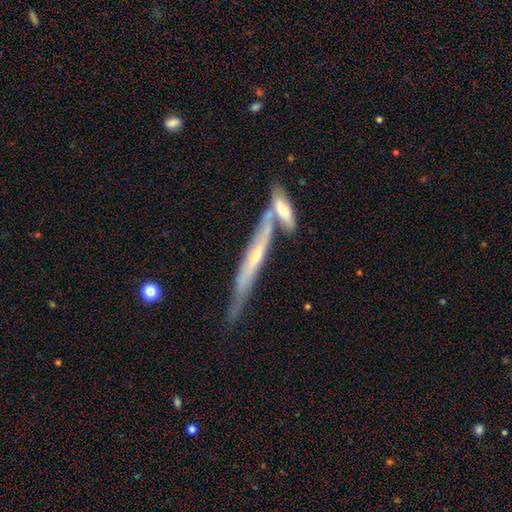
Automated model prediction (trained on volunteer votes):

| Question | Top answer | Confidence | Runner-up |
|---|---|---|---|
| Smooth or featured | featured or disk | 74% | smooth (18%) |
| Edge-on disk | yes | 95% | no (5%) |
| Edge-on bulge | rounded | 70% | none (24%) |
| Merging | none | 66% | merger (19%) |